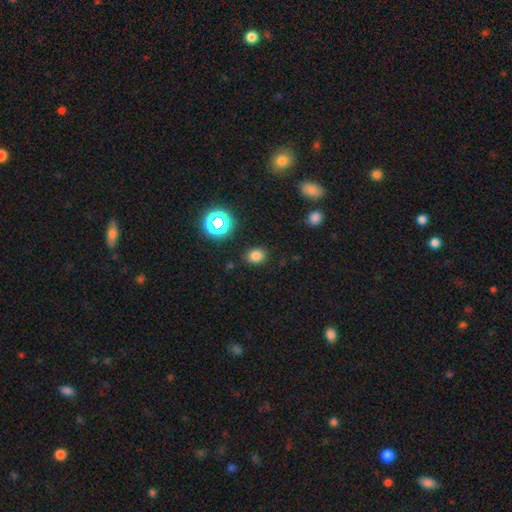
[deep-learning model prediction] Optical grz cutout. It shows a smooth galaxy with no disk features (76%) that is round (55%). Merging: none (86%).